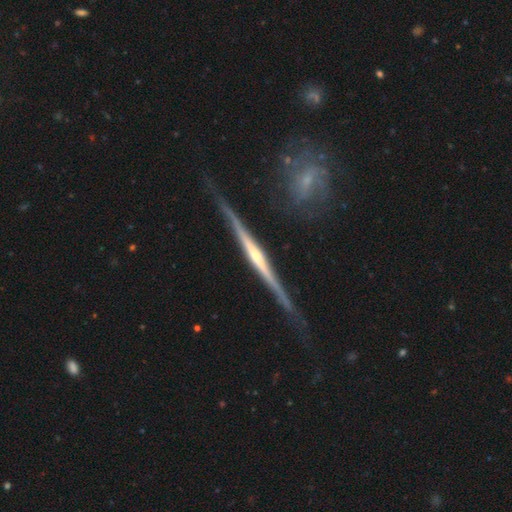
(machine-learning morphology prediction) The model was most divided on "edge-on bulge": rounded: 64%, none: 25%, boxy: 10%. More confident: edge-on disk — yes (97%); smooth or featured — featured or disk (88%); merging — none (76%).